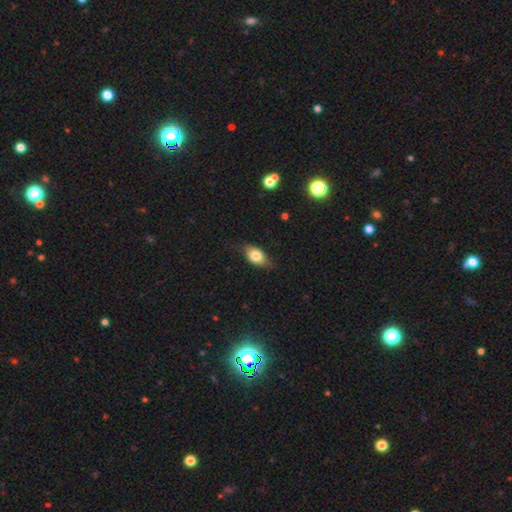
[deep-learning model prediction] smooth 73%, featured or disk 19%, star or artifact 8%. Down the decision tree: how rounded — in between (85%); merging — none (77%).